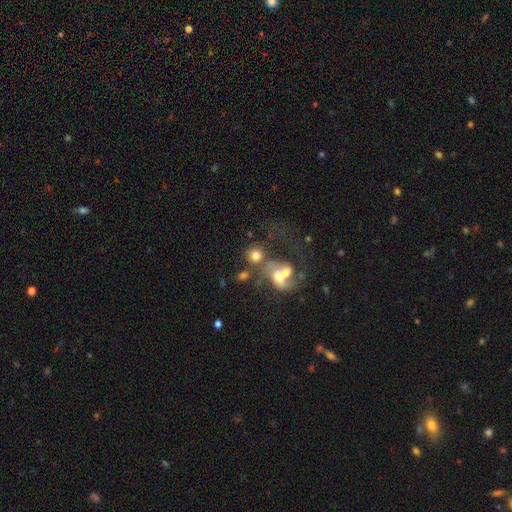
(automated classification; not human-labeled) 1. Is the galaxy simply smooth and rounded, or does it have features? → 67% smooth, 21% featured or disk, 12% star or artifact.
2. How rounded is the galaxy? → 75% round, 23% in between, 1% cigar-shaped.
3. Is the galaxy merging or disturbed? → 44% merger, 34% none, 12% major disturbance, 10% minor disturbance.